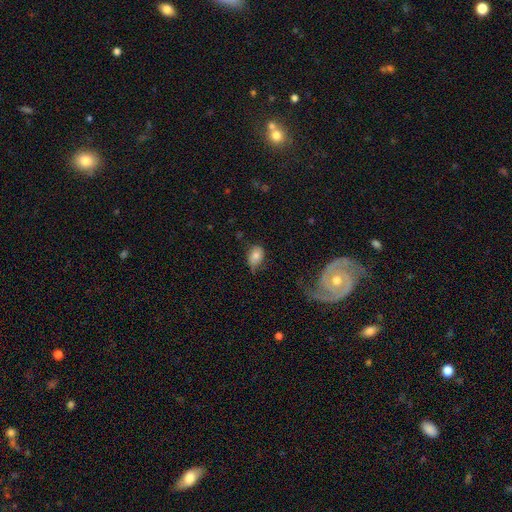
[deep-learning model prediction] A smooth galaxy with no disk features (76%) that is in between round and cigar-shaped (77%). Merging: none (49%).